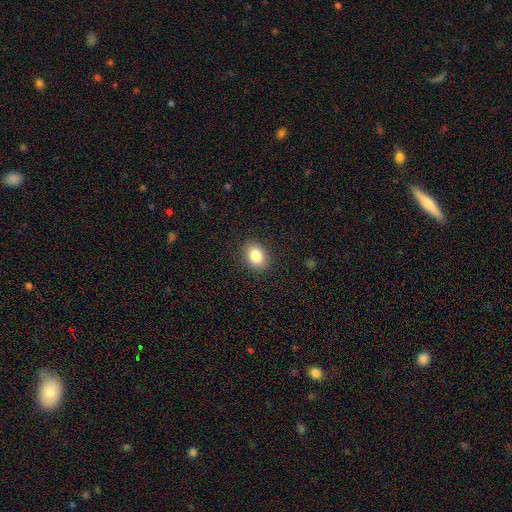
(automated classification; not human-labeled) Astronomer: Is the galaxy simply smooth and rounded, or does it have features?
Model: smooth — 84%.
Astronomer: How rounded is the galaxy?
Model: in between — 67%.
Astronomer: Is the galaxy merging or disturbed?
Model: none — 89%.